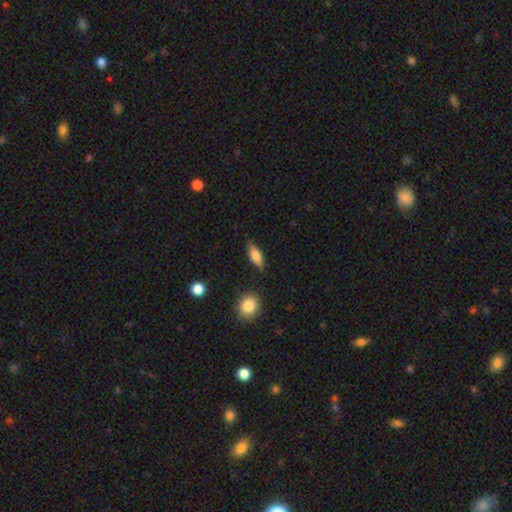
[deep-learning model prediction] Q: Smooth or featured?
A: smooth (62%); runner-up: featured or disk (30%)
Q: How rounded?
A: in between (67%); runner-up: cigar-shaped (28%)
Q: Merging?
A: none (80%); runner-up: minor disturbance (14%)